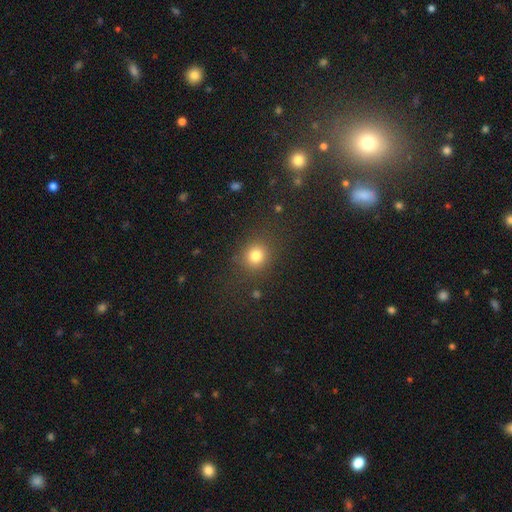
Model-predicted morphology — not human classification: Smooth or featured? smooth (81%)
How rounded? round (84%)
Merging? none (82%)